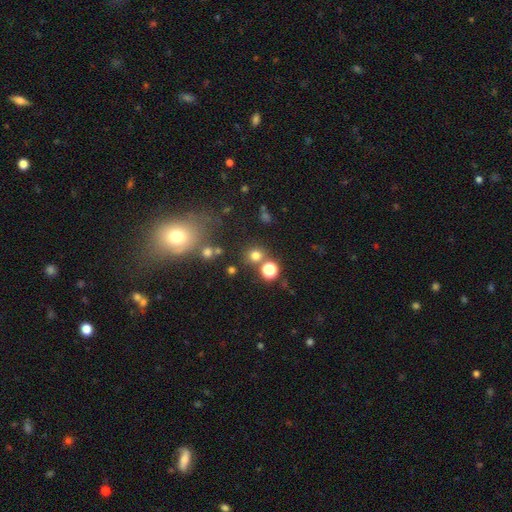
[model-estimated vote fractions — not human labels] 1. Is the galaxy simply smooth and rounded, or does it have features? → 73% smooth, 20% star or artifact, 7% featured or disk.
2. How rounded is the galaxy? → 89% round, 10% in between, 1% cigar-shaped.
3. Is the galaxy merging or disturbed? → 77% none, 12% merger, 8% minor disturbance, 4% major disturbance.